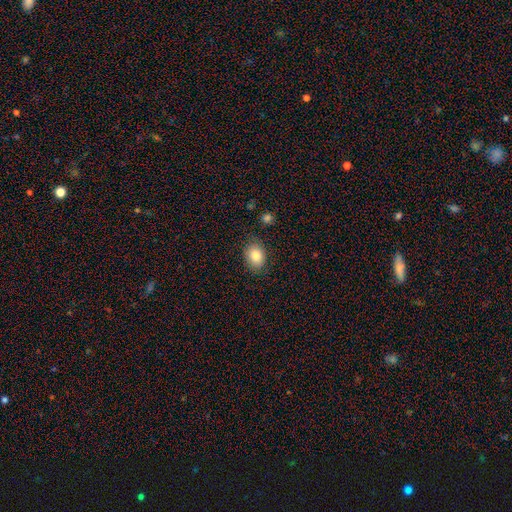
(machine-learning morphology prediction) A smooth galaxy with no disk features (84%) that is in between round and cigar-shaped (69%).

Vote fractions:
- Smooth or featured? smooth: 84% / star or artifact: 8% / featured or disk: 8%
- How rounded? in between: 69% / round: 30% / cigar-shaped: 1%
- Merging? none: 81% / minor disturbance: 14% / major disturbance: 3% / merger: 2%